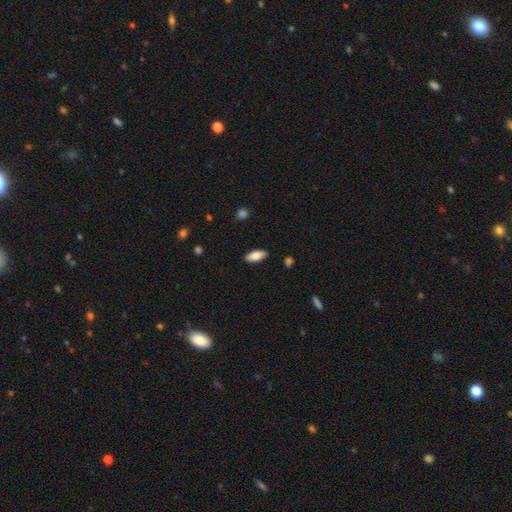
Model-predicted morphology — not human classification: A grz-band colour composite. It shows a smooth galaxy with no disk features (82%) that is in between round and cigar-shaped (85%). Merging: none (86%).